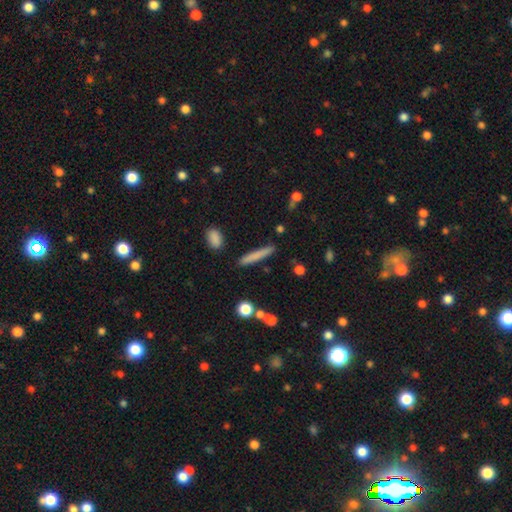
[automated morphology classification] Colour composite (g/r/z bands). It shows a smooth galaxy with no disk features (75%) that is cigar-shaped (93%). Merging: none (88%).